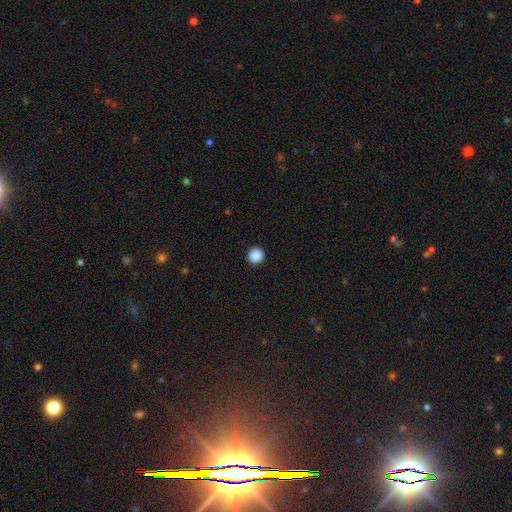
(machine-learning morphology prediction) smooth_or_featured: smooth (p=0.89) [alt: star or artifact p=0.09]
how_rounded: round (p=0.96) [alt: in between p=0.03]
merging: none (p=0.94) [alt: minor disturbance p=0.04]